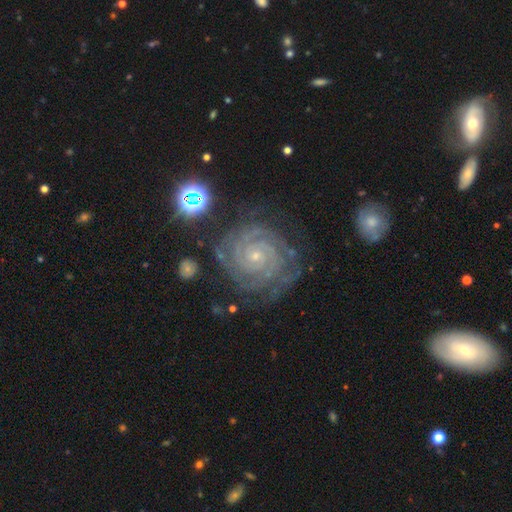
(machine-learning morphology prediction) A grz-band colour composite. It shows a featured or disk galaxy (90%) with no bar (73%), 2 (39%) tight (86%) spiral arms (99%) and a small central bulge (82%). Merging: none (75%).